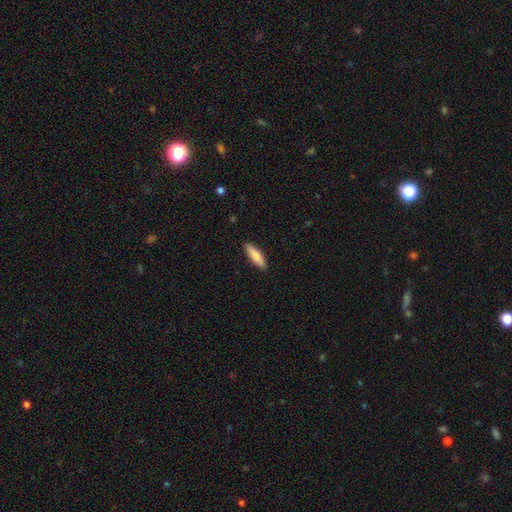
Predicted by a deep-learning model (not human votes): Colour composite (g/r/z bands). It shows a smooth galaxy with no disk features (84%) that is cigar-shaped (65%). Merging: none (89%).